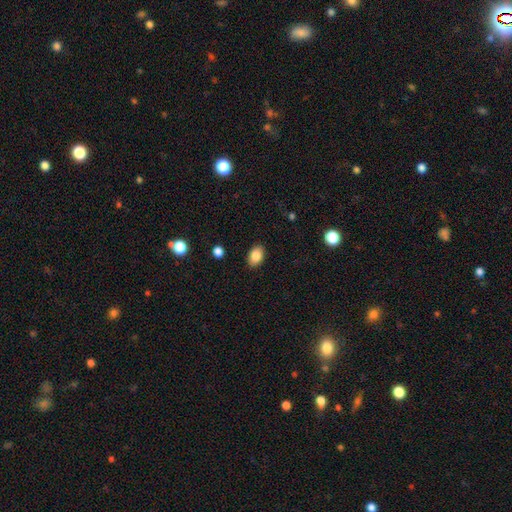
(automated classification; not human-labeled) A smooth galaxy with no disk features (86%) that is in between round and cigar-shaped (86%).

Vote fractions:
- Smooth or featured? smooth: 86% / star or artifact: 8% / featured or disk: 6%
- How rounded? in between: 86% / round: 12% / cigar-shaped: 1%
- Merging? none: 88% / minor disturbance: 8% / major disturbance: 2% / merger: 1%